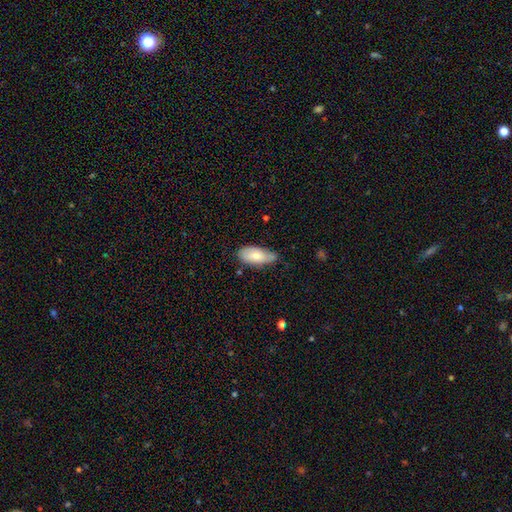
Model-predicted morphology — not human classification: Q: Smooth or featured?
A: smooth (73%); runner-up: featured or disk (21%)
Q: How rounded?
A: in between (89%); runner-up: cigar-shaped (8%)
Q: Merging?
A: none (56%); runner-up: minor disturbance (35%)